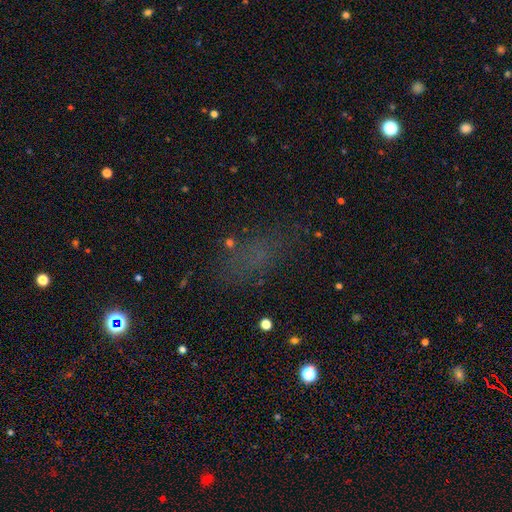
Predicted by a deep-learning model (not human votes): This is marginally a star or artifact rather than a galaxy (44%).